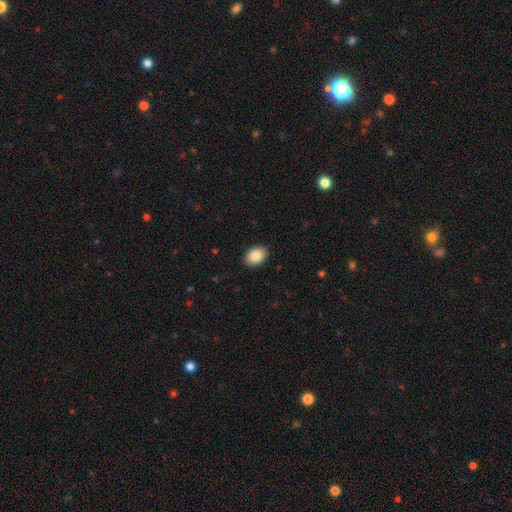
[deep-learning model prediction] smooth-or-featured: smooth: 86% | star or artifact: 8% | featured or disk: 6%
  how-rounded: in between: 76% | round: 23% | cigar-shaped: 1%
  merging: none: 89% | minor disturbance: 8% | major disturbance: 2% | merger: 1%